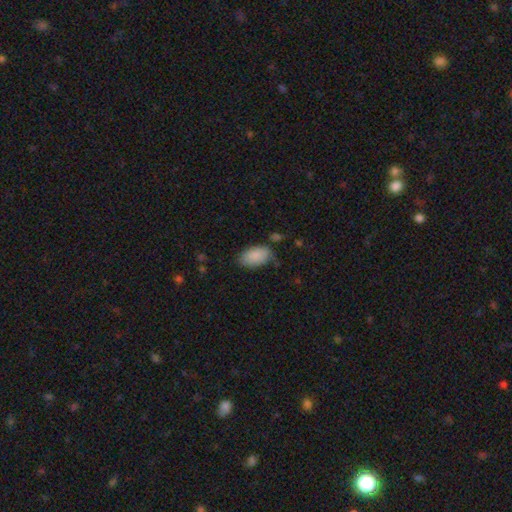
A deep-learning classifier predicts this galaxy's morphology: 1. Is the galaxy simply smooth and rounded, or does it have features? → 89% smooth, 7% star or artifact, 5% featured or disk.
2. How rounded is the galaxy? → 94% in between, 4% round, 2% cigar-shaped.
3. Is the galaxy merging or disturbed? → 72% none, 21% minor disturbance, 5% major disturbance, 3% merger.